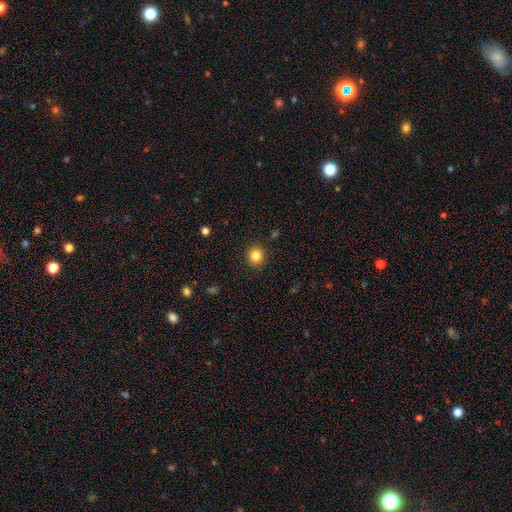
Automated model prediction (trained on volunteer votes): Smooth or featured?
  - smooth: 84% *
  - star or artifact: 11%
  - featured or disk: 5%
How rounded?
  - round: 90% *
  - in between: 9%
  - cigar-shaped: 1%
Merging?
  - none: 91% *
  - minor disturbance: 6%
  - major disturbance: 2%
  - merger: 1%